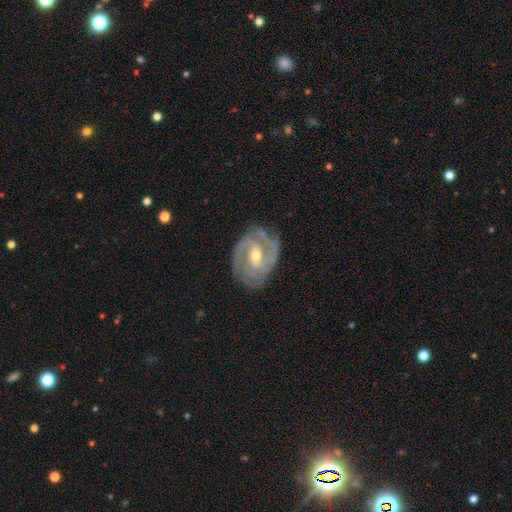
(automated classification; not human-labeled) A featured or disk galaxy (87%) with a weak bar (49%), 2 (58%) tight (54%) spiral arms (95%) and a moderate central bulge (60%). Merging: none (73%).